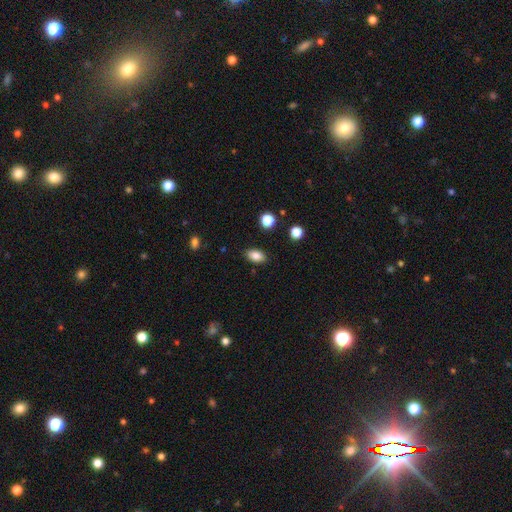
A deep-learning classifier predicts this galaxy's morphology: The model was most divided on "smooth or featured": smooth: 84%, star or artifact: 9%, featured or disk: 6%. More confident: how rounded — in between (88%); merging — none (86%).